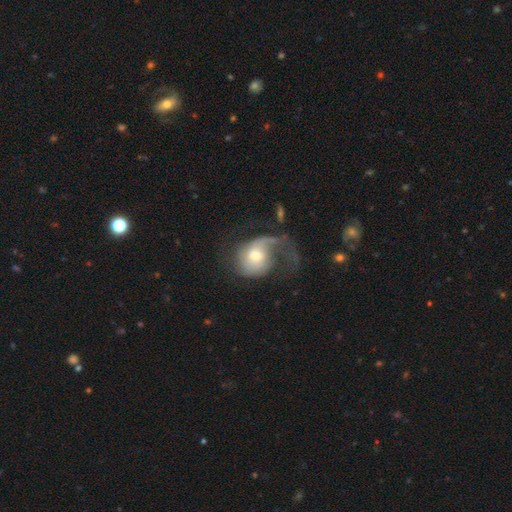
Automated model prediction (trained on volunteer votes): A featured or disk galaxy (62%) with no bar (64%), spiral arms (82%) and a moderate central bulge (61%). Merging: major disturbance (53%).